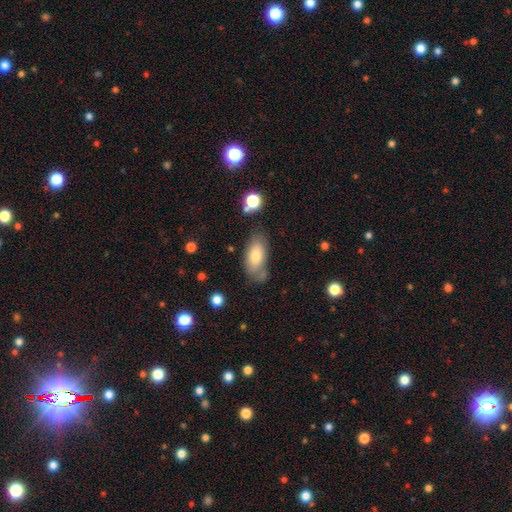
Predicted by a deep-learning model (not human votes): smooth 76%, featured or disk 17%, star or artifact 7%. Down the decision tree: how rounded — in between (90%); merging — none (59%).